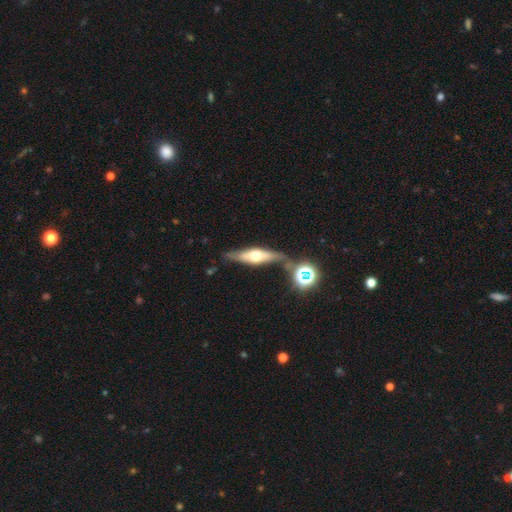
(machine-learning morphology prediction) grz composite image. It shows a featured or disk galaxy (60%) viewed edge-on (83%) with a rounded central bulge (88%). Merging: none (66%).